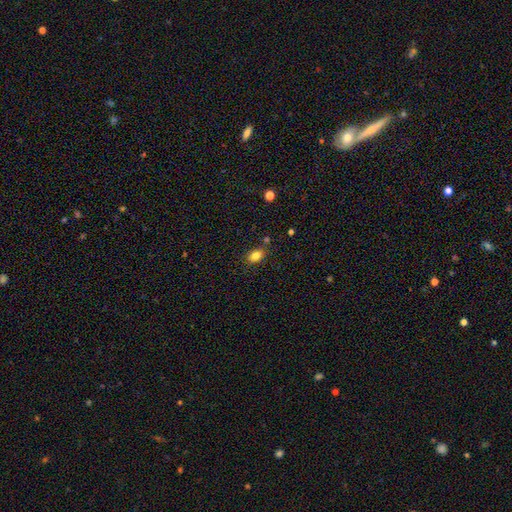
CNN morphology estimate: This is clearly a smooth galaxy (83%). How rounded: likely in between (76%). Merging: clearly none (80%).